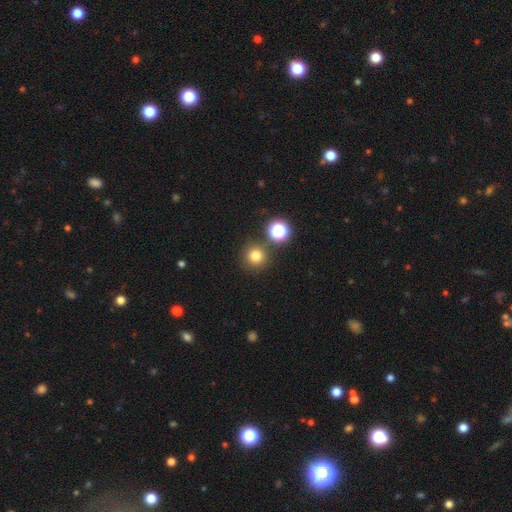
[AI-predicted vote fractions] smooth-or-featured: smooth: 77% | star or artifact: 17% | featured or disk: 6%
  how-rounded: round: 95% | in between: 4% | cigar-shaped: 1%
  merging: none: 83% | merger: 8% | minor disturbance: 7% | major disturbance: 3%